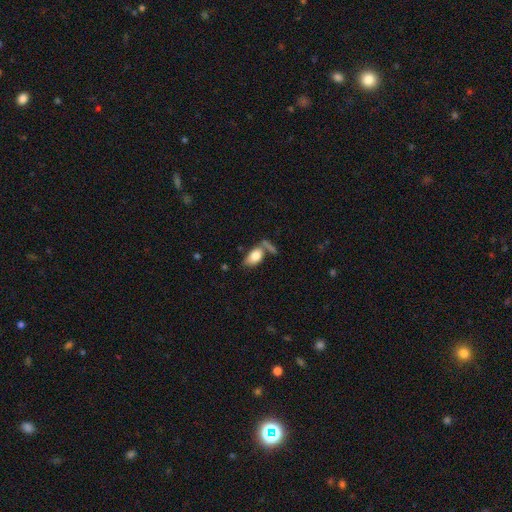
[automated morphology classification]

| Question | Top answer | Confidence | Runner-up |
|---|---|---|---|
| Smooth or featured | smooth | 76% | featured or disk (16%) |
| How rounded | in between | 91% | round (5%) |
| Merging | none | 51% | merger (25%) |